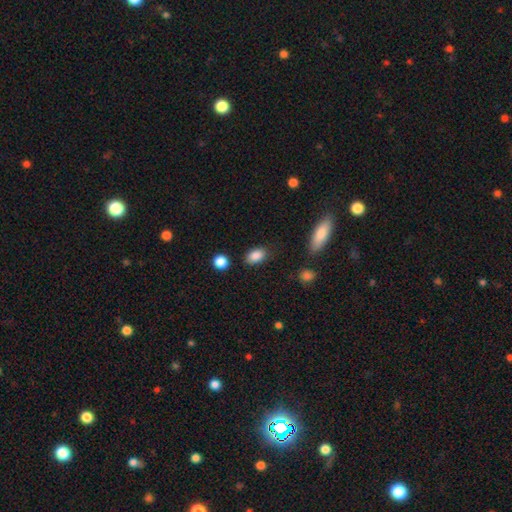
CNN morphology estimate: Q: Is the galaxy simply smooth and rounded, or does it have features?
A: smooth — 87%.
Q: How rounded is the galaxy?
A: in between — 88%.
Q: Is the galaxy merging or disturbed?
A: none — 81%.